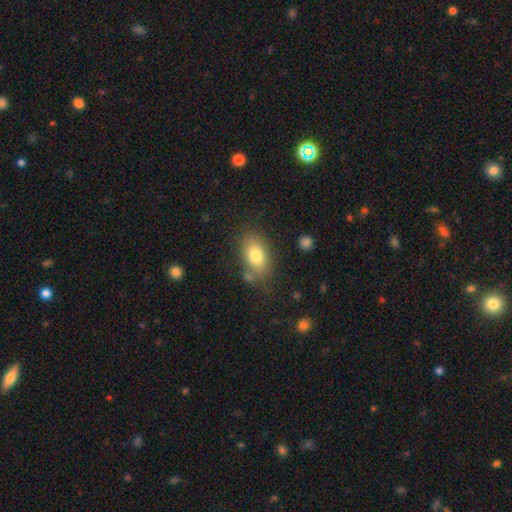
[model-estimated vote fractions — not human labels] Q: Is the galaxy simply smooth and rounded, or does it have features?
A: smooth — 79%.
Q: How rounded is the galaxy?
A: in between — 89%.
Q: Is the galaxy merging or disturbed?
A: none — 72%.